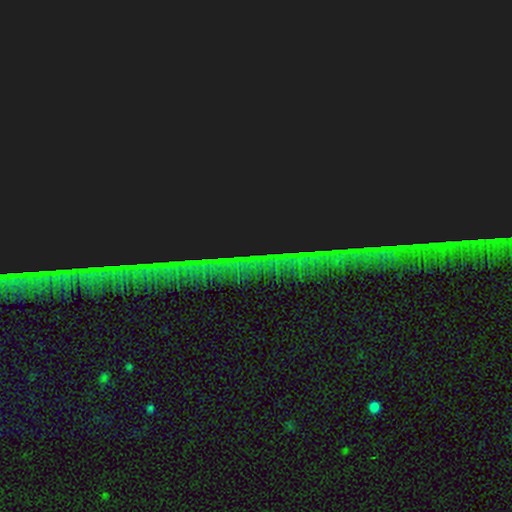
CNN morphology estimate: smooth_or_featured: star or artifact (p=0.84) [alt: featured or disk p=0.08]